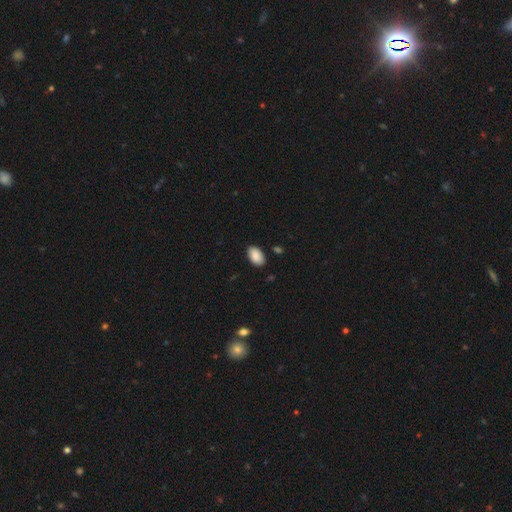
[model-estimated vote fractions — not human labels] smooth-or-featured: smooth: 89% | star or artifact: 7% | featured or disk: 4%
  how-rounded: in between: 93% | round: 6% | cigar-shaped: 1%
  merging: none: 87% | minor disturbance: 10% | major disturbance: 2% | merger: 1%